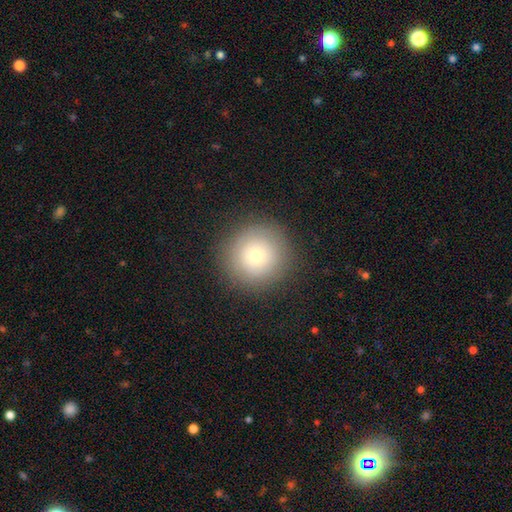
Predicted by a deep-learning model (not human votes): This is likely a smooth galaxy (70%). How rounded: clearly round (95%). Merging: clearly none (89%).